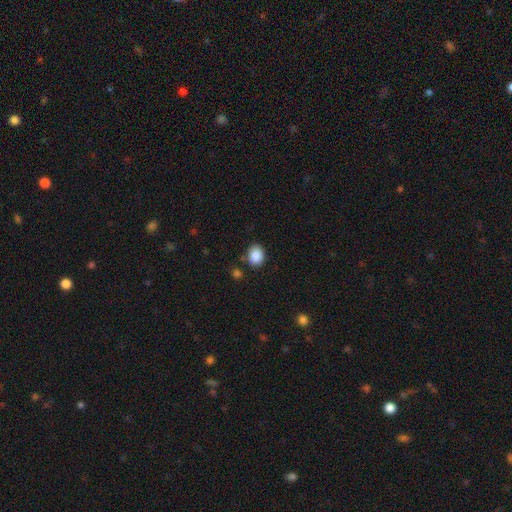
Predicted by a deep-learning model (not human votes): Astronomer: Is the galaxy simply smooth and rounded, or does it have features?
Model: smooth — 87%.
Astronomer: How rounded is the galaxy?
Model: in between — 55% (runner-up: round, 44%).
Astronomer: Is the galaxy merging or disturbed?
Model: none — 78%.